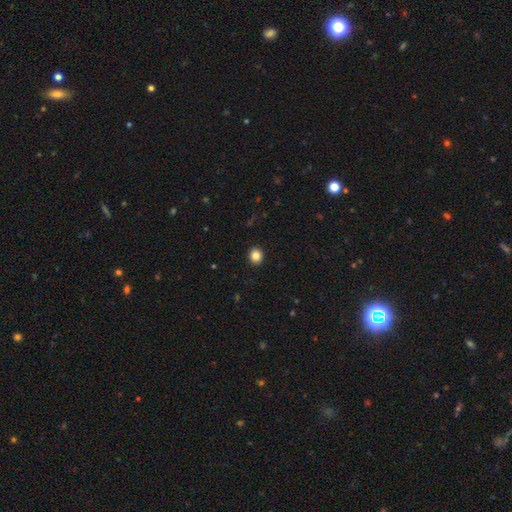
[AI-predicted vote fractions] Q: Smooth or featured?
A: smooth (85%); runner-up: star or artifact (10%)
Q: How rounded?
A: round (77%); runner-up: in between (23%)
Q: Merging?
A: none (92%); runner-up: minor disturbance (5%)